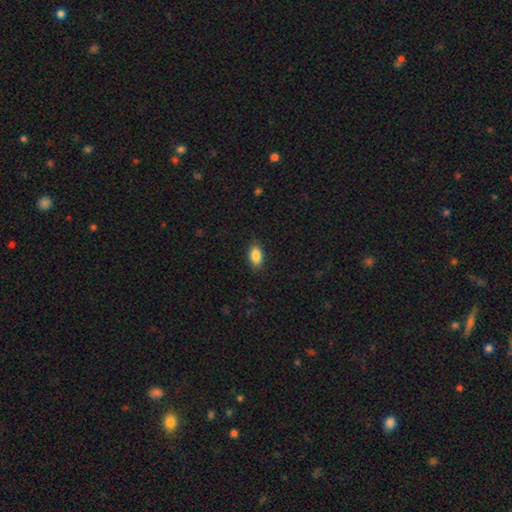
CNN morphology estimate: The model was most divided on "merging": none: 88%, minor disturbance: 9%, major disturbance: 2%, merger: 1%. More confident: how rounded — in between (91%); smooth or featured — smooth (86%).